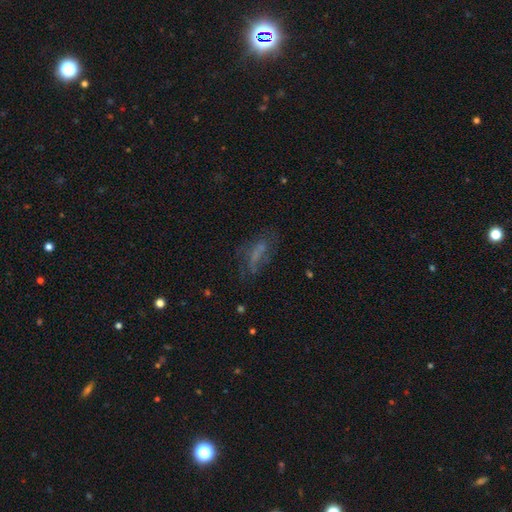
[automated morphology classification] Smooth or featured: smooth — 45% (featured or disk — 37%)
Merging: none — 51% (minor disturbance — 23%)